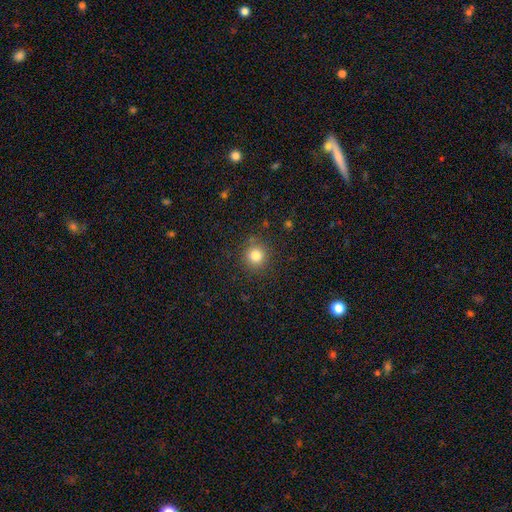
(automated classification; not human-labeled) This appears to be a smooth galaxy with no disk features (81%) that is round (92%). Merging: none (87%).